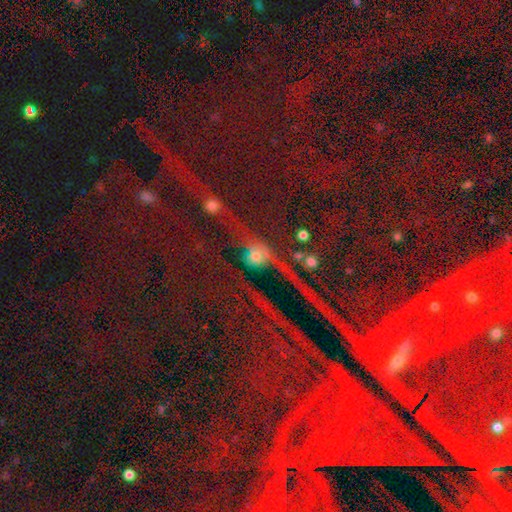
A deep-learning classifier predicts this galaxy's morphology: Overall: star or artifact (65%).